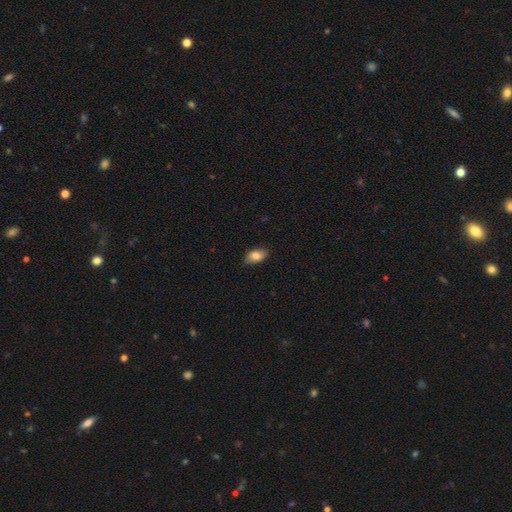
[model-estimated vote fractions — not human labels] The model was most divided on "merging": none: 84%, minor disturbance: 13%, major disturbance: 2%, merger: 1%. More confident: how rounded — in between (91%); smooth or featured — smooth (83%).